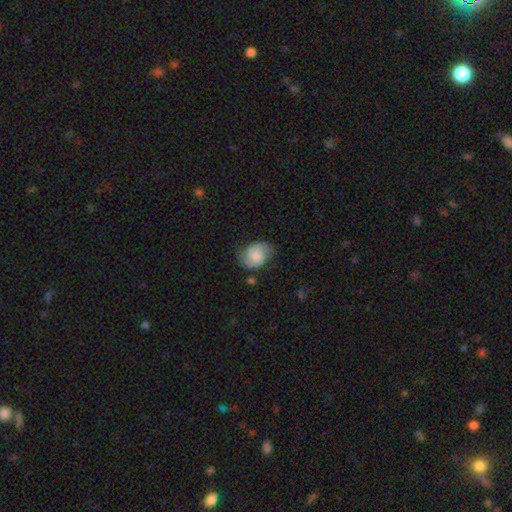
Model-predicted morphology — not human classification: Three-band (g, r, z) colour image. It shows a featured or disk galaxy (65%) with no bar (48%), 2 (89%) medium (49%) spiral arms (94%) and a small central bulge (29%, tied with moderate). Merging: none (69%).